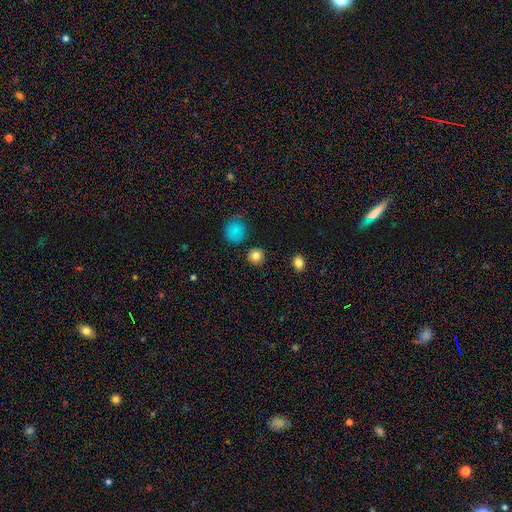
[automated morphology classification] Overall: smooth (83%). How rounded: round (91%). Merging: none (88%).